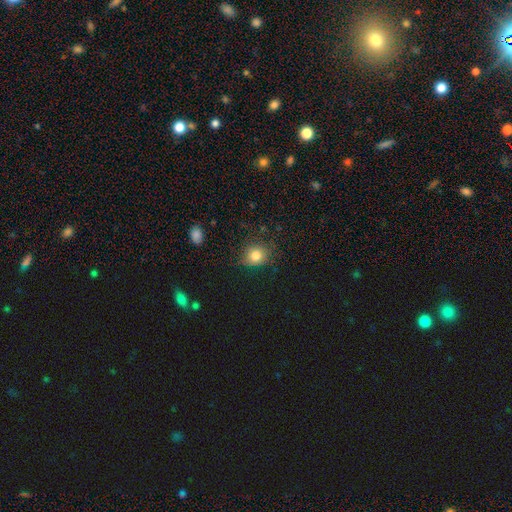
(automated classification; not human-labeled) smooth_or_featured: smooth (p=0.80) [alt: star or artifact p=0.12]
how_rounded: round (p=0.73) [alt: in between p=0.26]
merging: none (p=0.75) [alt: minor disturbance p=0.19]